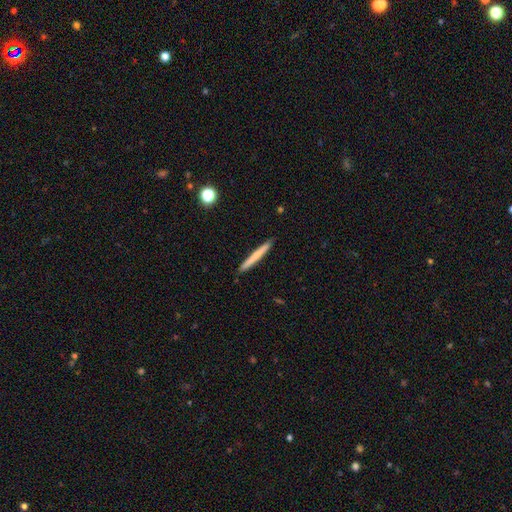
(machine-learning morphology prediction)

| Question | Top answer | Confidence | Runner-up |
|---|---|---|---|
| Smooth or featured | smooth | 65% | featured or disk (29%) |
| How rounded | cigar-shaped | 97% | in between (2%) |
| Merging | none | 91% | minor disturbance (6%) |